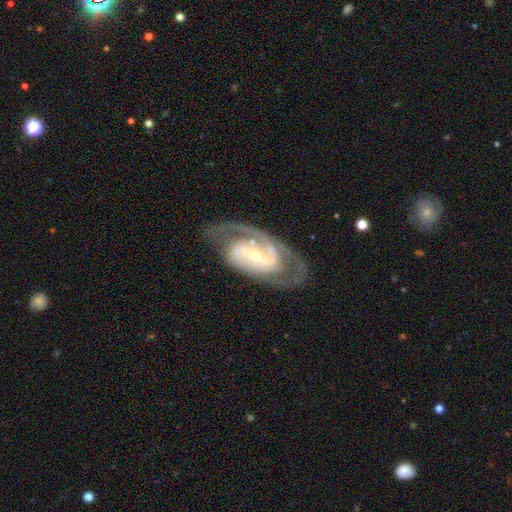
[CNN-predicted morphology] featured or disk 89%, smooth 6%, star or artifact 5%. Down the decision tree: edge-on disk — no (96%); bar — weak (38%); spiral arms — yes (96%); spiral arm count — 2 (74%); spiral winding — medium (46%); bulge size — small (65%); merging — none (71%).